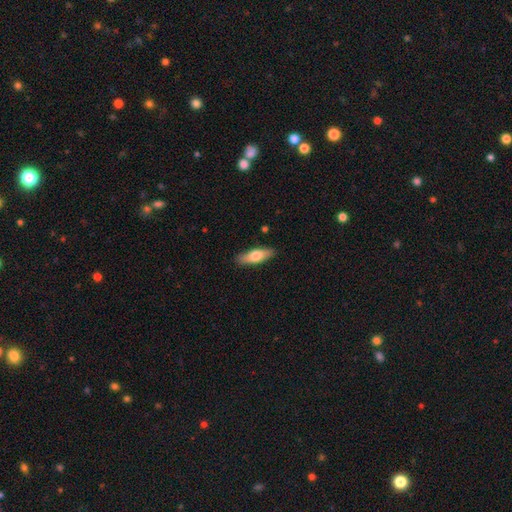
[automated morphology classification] Overall: smooth (69%). How rounded: in between (52%; cigar-shaped 46%). Merging: none (87%).